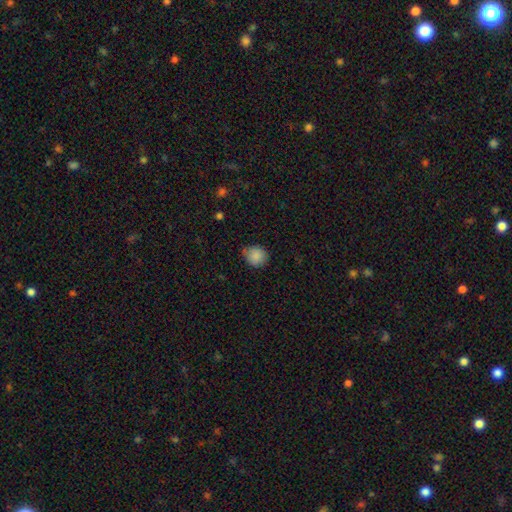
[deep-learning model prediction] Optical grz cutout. It shows a smooth galaxy with no disk features (88%) that is round (83%). Merging: none (77%).